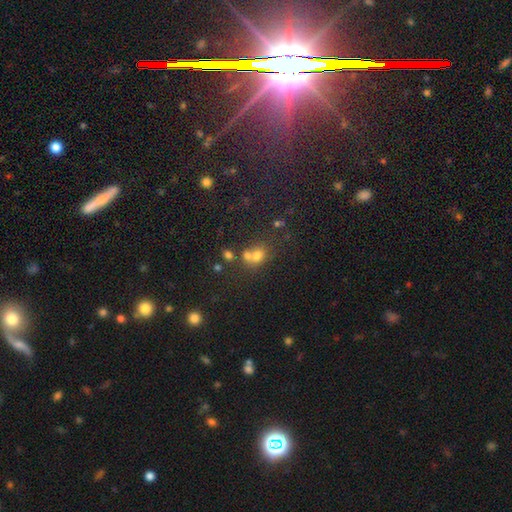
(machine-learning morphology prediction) Smooth or featured?
  - smooth: 64% *
  - star or artifact: 23%
  - featured or disk: 13%
How rounded?
  - round: 69% *
  - in between: 30%
  - cigar-shaped: 1%
Merging?
  - merger: 45% *
  - none: 41%
  - minor disturbance: 9%
  - major disturbance: 5%